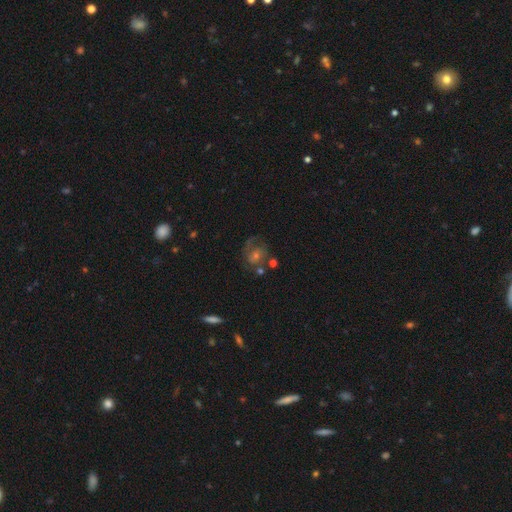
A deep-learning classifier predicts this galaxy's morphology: smooth-or-featured: featured or disk: 55% | smooth: 25% | star or artifact: 20%
  disk-edge-on: no: 96% | yes: 4%
    bar: no: 57% | weak: 34% | strong: 8%
    has-spiral-arms: yes: 75% | no: 25%
    bulge-size: small: 46% | moderate: 41% | none: 6% | large: 4% | dominant: 2%
  merging: none: 60% | minor disturbance: 18% | major disturbance: 15% | merger: 7%